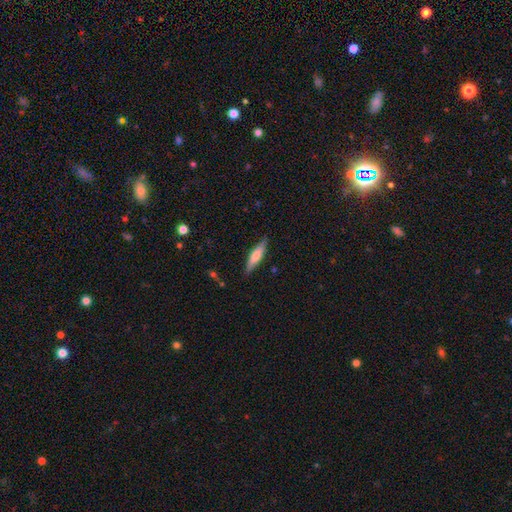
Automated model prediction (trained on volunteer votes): The model was most divided on "smooth or featured": smooth: 52%, featured or disk: 42%, star or artifact: 6%. More confident: merging — none (86%); how rounded — cigar-shaped (81%).